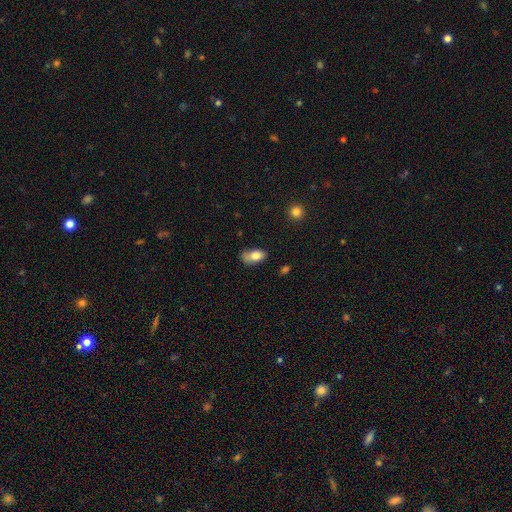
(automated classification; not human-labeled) A smooth galaxy with no disk features (80%) that is in between round and cigar-shaped (90%). Merging: none (52%).